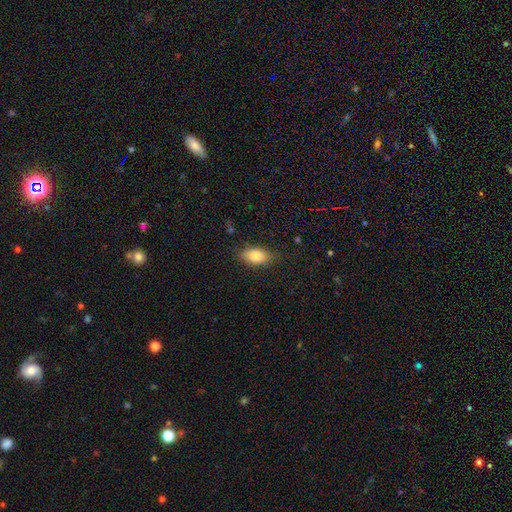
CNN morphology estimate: Smooth or featured? smooth (82%)
How rounded? in between (89%)
Merging? none (81%)